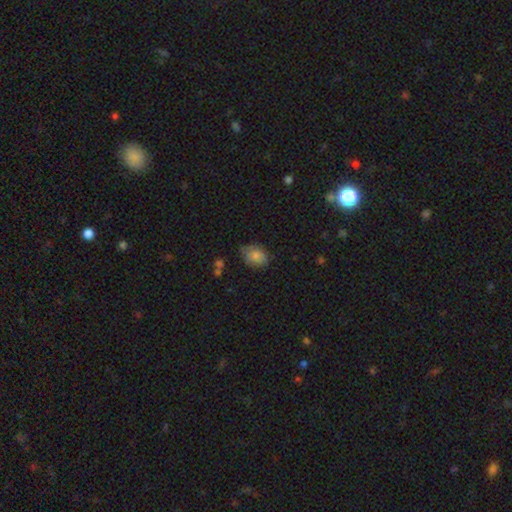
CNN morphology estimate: smooth-or-featured: smooth: 79% | featured or disk: 12% | star or artifact: 9%
  how-rounded: in between: 73% | round: 26% | cigar-shaped: 1%
  merging: none: 68% | minor disturbance: 25% | major disturbance: 5% | merger: 2%